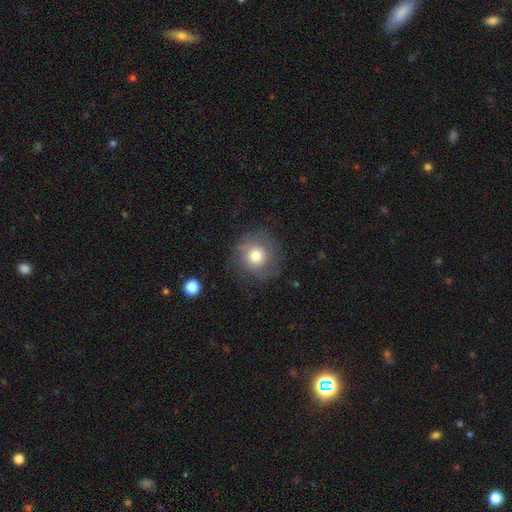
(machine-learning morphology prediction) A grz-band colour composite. It shows a smooth galaxy with no disk features (66%) that is round (93%). Merging: none (75%).